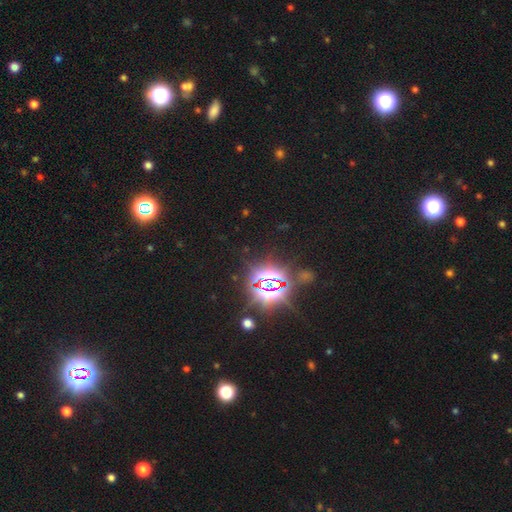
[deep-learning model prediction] A star or artifact, not a galaxy (82%).